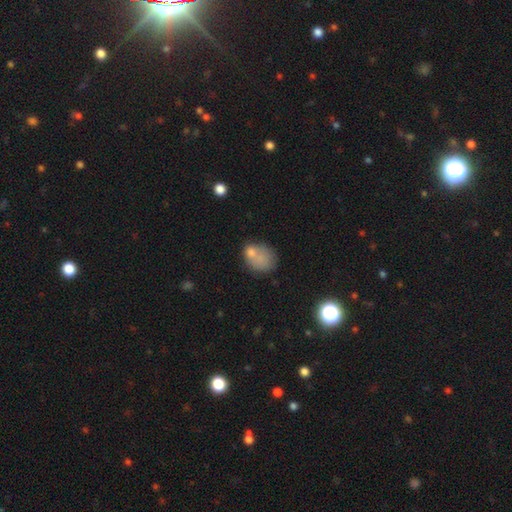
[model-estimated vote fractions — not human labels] Smooth or featured: smooth — 70% (featured or disk — 18%)
How rounded: in between — 58% (round — 40%)
Merging: none — 43% (minor disturbance — 23%)